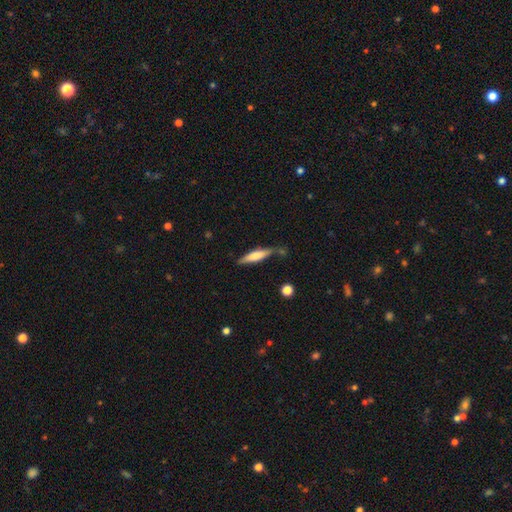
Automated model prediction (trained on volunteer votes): smooth 59%, featured or disk 35%, star or artifact 6%. Down the decision tree: how rounded — cigar-shaped (80%); merging — none (67%).